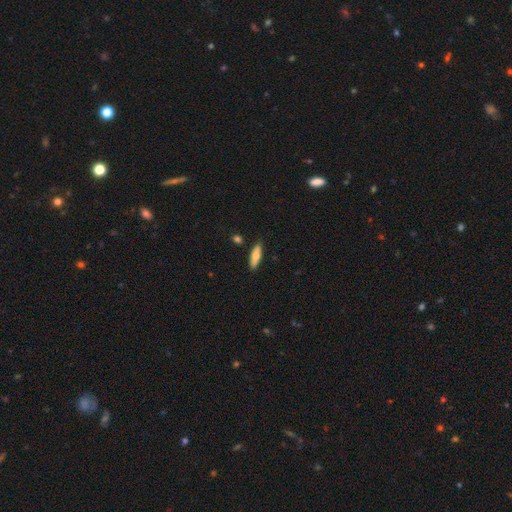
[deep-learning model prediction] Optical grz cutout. It shows a smooth galaxy with no disk features (70%) that is cigar-shaped (57%). Merging: none (85%).